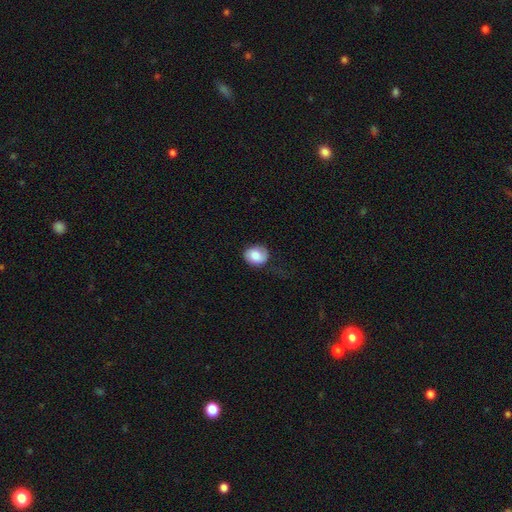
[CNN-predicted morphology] A smooth galaxy with no disk features (76%) that is round (58%). Merging: none (58%).